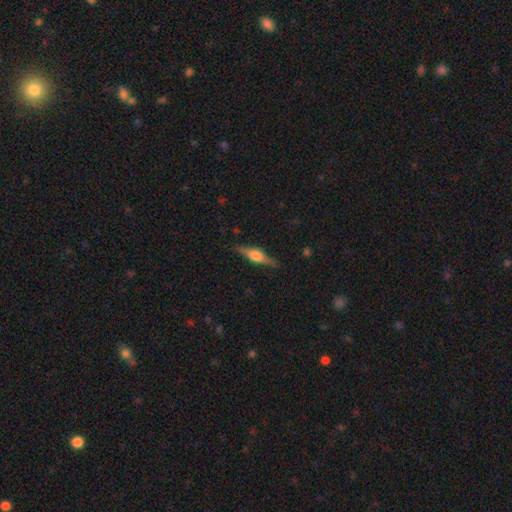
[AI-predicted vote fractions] A featured or disk galaxy (70%) viewed edge-on (97%) with a rounded central bulge (88%).

Vote fractions:
- Smooth or featured? featured or disk: 70% / smooth: 24% / star or artifact: 6%
- Edge-on disk? yes: 97% / no: 3%
- Edge-on bulge? rounded: 88% / boxy: 10% / none: 2%
- Merging? none: 86% / minor disturbance: 10% / major disturbance: 2% / merger: 1%